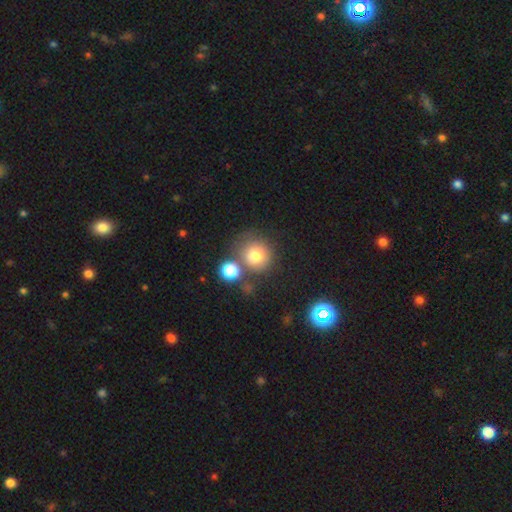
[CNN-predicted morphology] smooth-or-featured: smooth: 76% | star or artifact: 13% | featured or disk: 12%
  how-rounded: round: 90% | in between: 10% | cigar-shaped: 1%
  merging: none: 58% | merger: 24% | minor disturbance: 12% | major disturbance: 6%